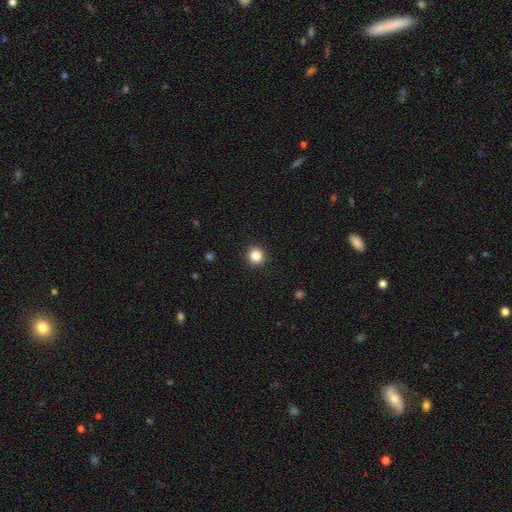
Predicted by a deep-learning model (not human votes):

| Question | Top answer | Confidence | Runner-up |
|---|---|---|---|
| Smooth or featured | smooth | 85% | star or artifact (11%) |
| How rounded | round | 94% | in between (5%) |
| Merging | none | 93% | minor disturbance (5%) |